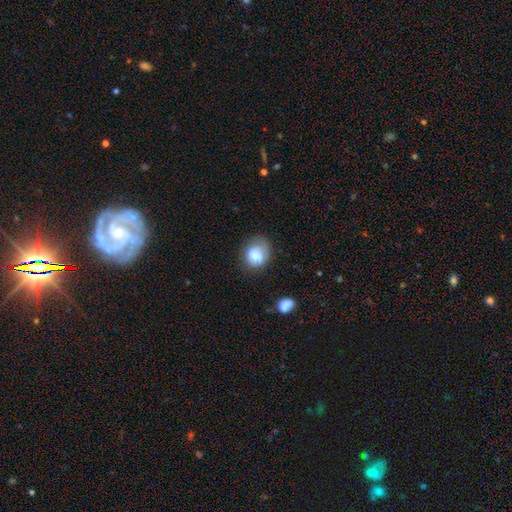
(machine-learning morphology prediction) A smooth galaxy with no disk features (77%) that is round (55%). Merging: none (51%).